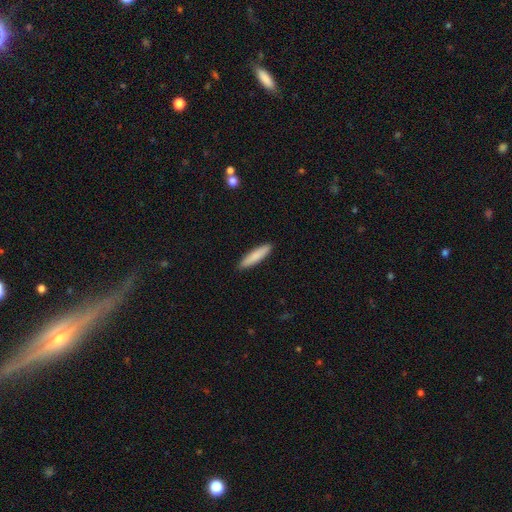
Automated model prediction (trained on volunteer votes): smooth_or_featured: smooth (p=0.84) [alt: featured or disk p=0.11]
how_rounded: cigar-shaped (p=0.85) [alt: in between p=0.14]
merging: none (p=0.91) [alt: minor disturbance p=0.07]